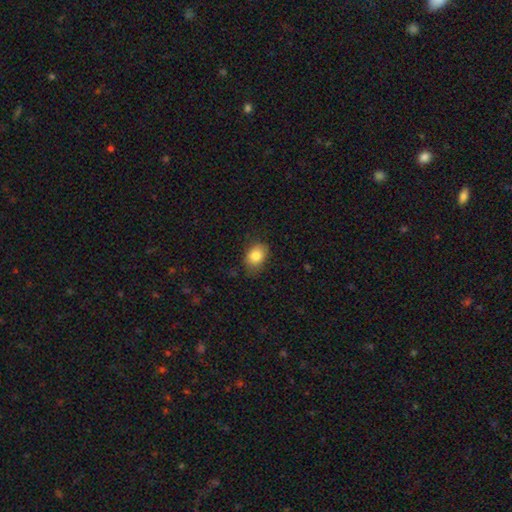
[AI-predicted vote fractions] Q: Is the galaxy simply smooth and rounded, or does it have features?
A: smooth — 84%.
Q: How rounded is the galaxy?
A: in between — 70%.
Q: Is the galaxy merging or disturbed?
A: none — 76%.